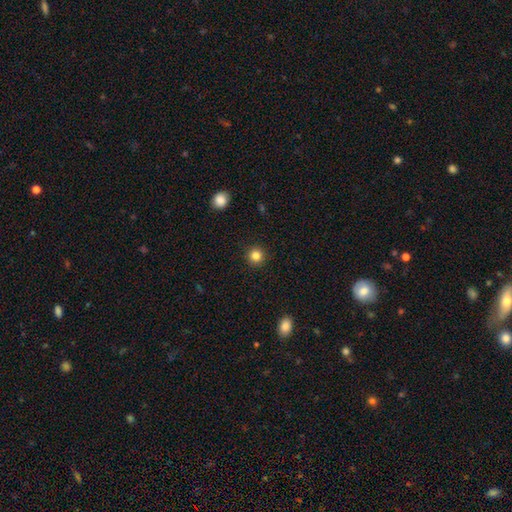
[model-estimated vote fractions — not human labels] Smooth or featured?
  - smooth: 84% *
  - star or artifact: 12%
  - featured or disk: 5%
How rounded?
  - round: 95% *
  - in between: 4%
  - cigar-shaped: 1%
Merging?
  - none: 92% *
  - minor disturbance: 5%
  - major disturbance: 2%
  - merger: 1%